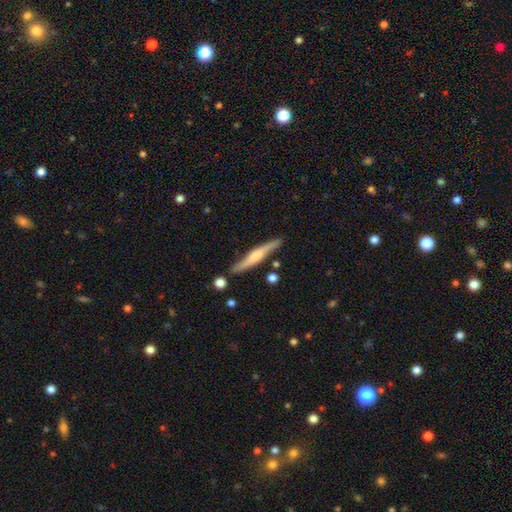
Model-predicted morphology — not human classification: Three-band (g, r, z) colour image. It shows a featured or disk galaxy (59%) viewed edge-on (92%) with a rounded central bulge (64%). Merging: none (79%).